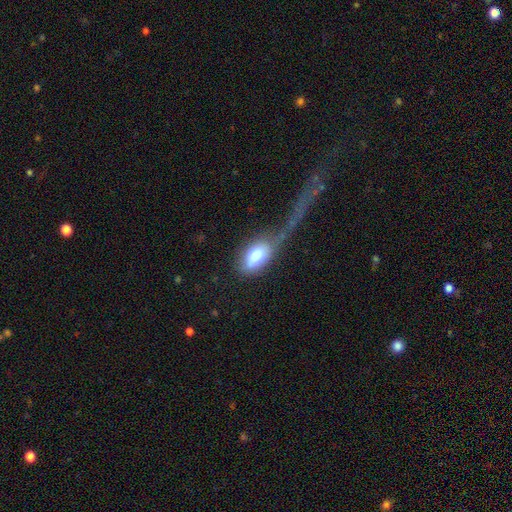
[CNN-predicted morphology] This is likely a smooth galaxy (76%). How rounded: clearly in between (88%). Merging: marginally major disturbance (43%).